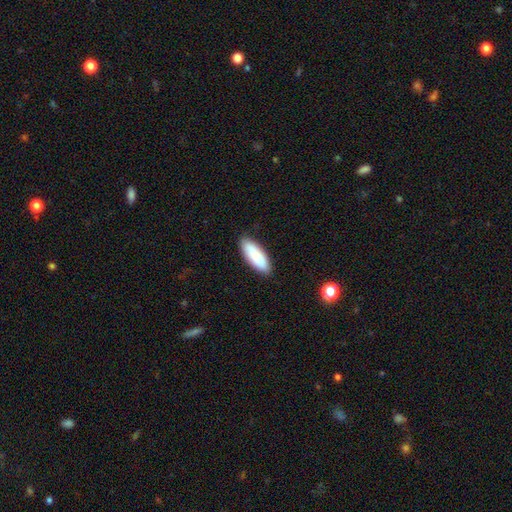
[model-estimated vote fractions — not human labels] Smooth or featured? Predicted: smooth (p=0.86). How rounded? Predicted: in between (p=0.71). Merging? Predicted: none (p=0.85).